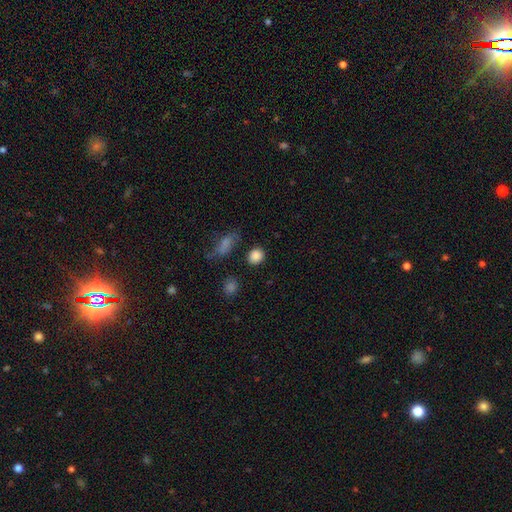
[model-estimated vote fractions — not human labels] smooth 86%, star or artifact 10%, featured or disk 4%. Down the decision tree: how rounded — round (73%); merging — none (81%).